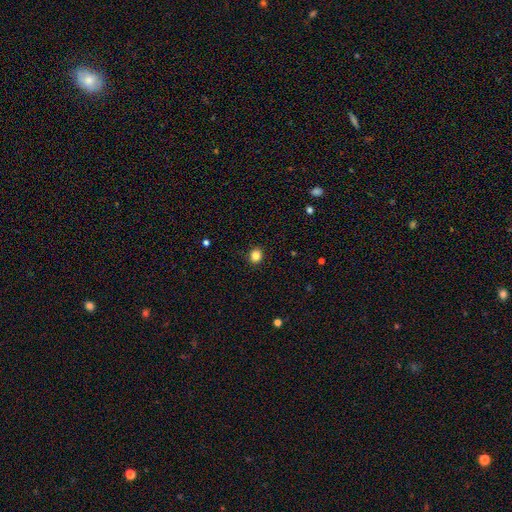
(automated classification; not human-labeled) This is clearly a smooth galaxy (84%). How rounded: clearly round (84%). Merging: clearly none (91%).